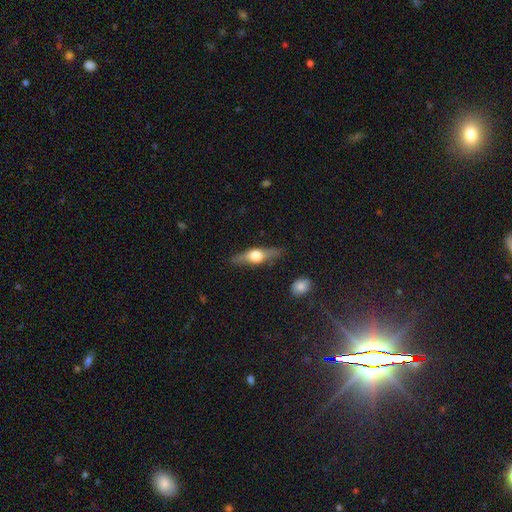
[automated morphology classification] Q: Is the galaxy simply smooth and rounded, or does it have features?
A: featured or disk — 64%.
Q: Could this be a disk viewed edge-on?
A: yes — 94%.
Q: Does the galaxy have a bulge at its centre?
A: rounded — 94%.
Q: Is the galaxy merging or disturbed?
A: none — 84%.